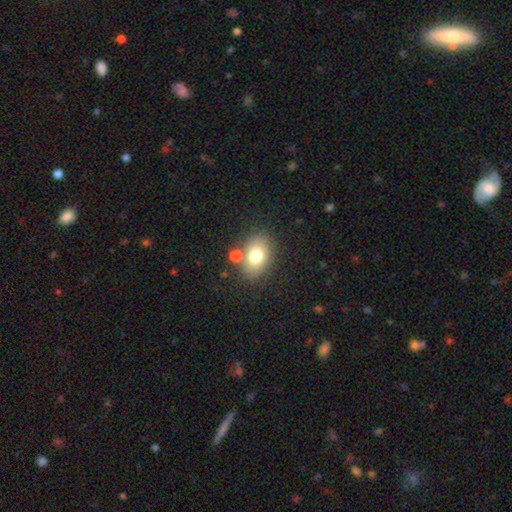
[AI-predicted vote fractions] This appears to be a smooth galaxy with no disk features (75%) that is in between round and cigar-shaped (74%). Merging: none (72%).